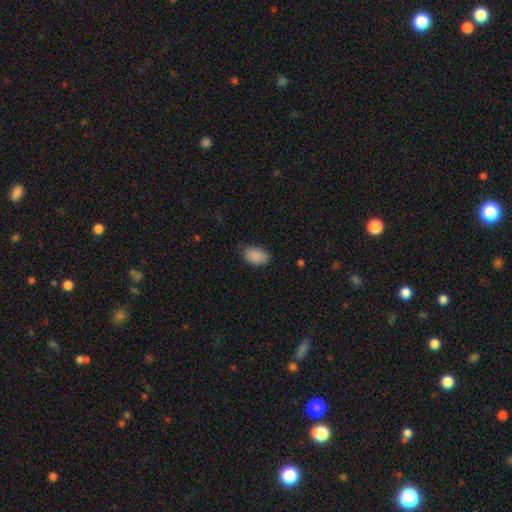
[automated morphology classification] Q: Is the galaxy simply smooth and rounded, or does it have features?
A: smooth — 89%.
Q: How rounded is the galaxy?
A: in between — 90%.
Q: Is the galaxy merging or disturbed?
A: none — 81%.